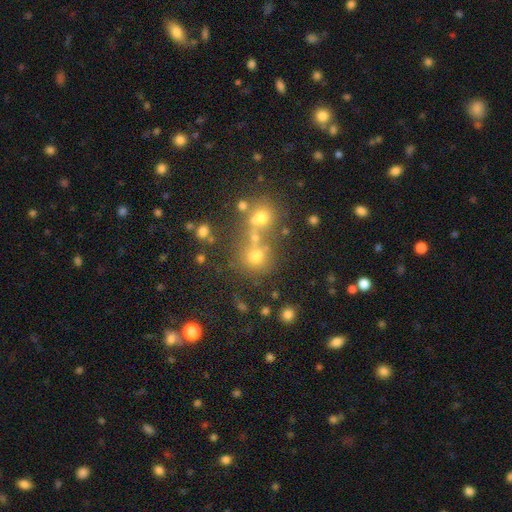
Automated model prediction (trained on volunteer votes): A smooth galaxy with no disk features (62%) that is round (79%). Merging: none (51%).